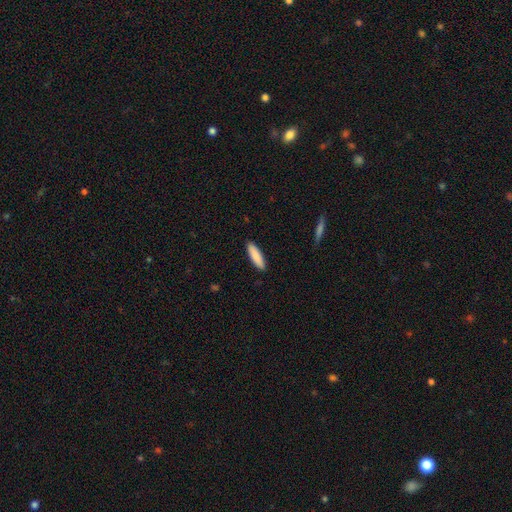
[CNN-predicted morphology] A smooth galaxy with no disk features (88%) that is cigar-shaped (63%). Merging: none (91%).